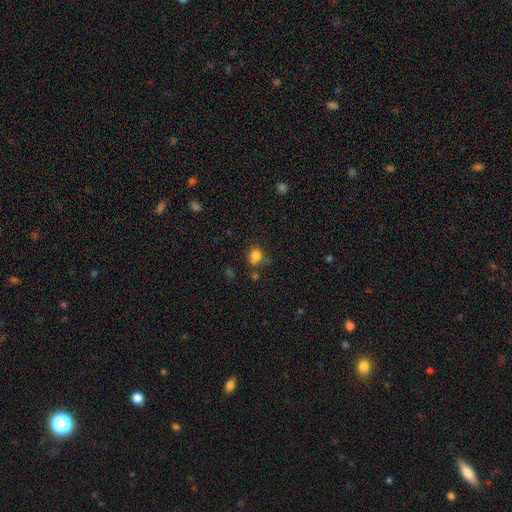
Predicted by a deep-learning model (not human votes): Morphology: type=smooth (81%); roundness=round (53%); merging=none (65%).